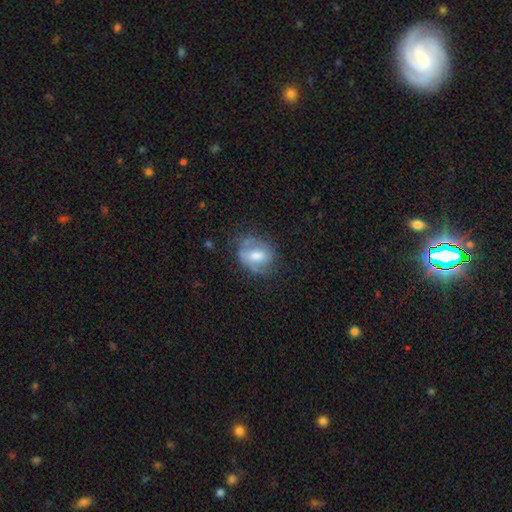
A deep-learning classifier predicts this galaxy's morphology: Smooth or featured?
  - featured or disk: 48% *
  - smooth: 45%
  - star or artifact: 8%
Merging?
  - none: 59% *
  - minor disturbance: 26%
  - major disturbance: 13%
  - merger: 2%